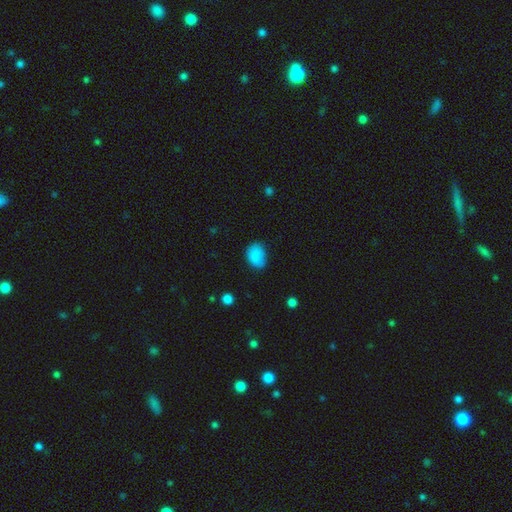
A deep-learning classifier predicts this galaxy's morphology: The model was most divided on "merging": none: 68%, minor disturbance: 25%, major disturbance: 5%, merger: 2%. More confident: smooth or featured — smooth (86%); how rounded — in between (72%).